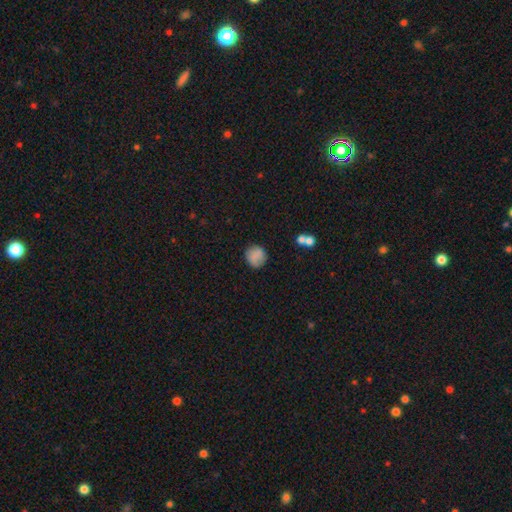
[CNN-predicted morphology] smooth-or-featured: smooth: 82% | featured or disk: 10% | star or artifact: 8%
  how-rounded: round: 89% | in between: 10% | cigar-shaped: 1%
  merging: none: 79% | minor disturbance: 13% | major disturbance: 4% | merger: 4%